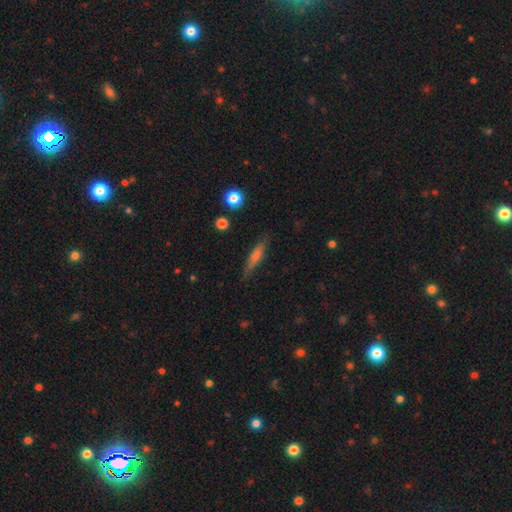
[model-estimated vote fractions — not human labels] smooth 50%, featured or disk 41%, star or artifact 9%. Down the decision tree: merging — none (82%).